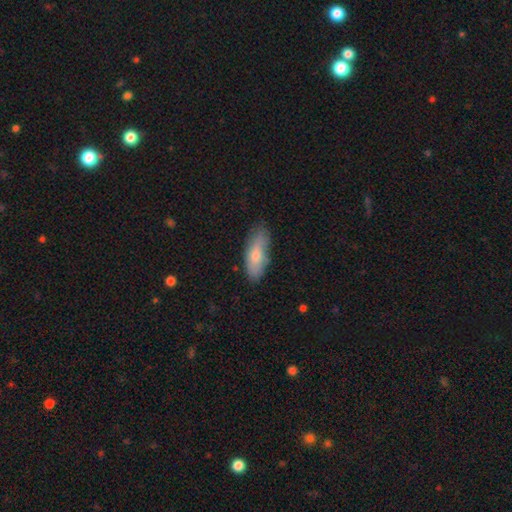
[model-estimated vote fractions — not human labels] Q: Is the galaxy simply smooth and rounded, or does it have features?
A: smooth — 72%.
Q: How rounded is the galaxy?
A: in between — 69%.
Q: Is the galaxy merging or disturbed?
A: none — 73%.